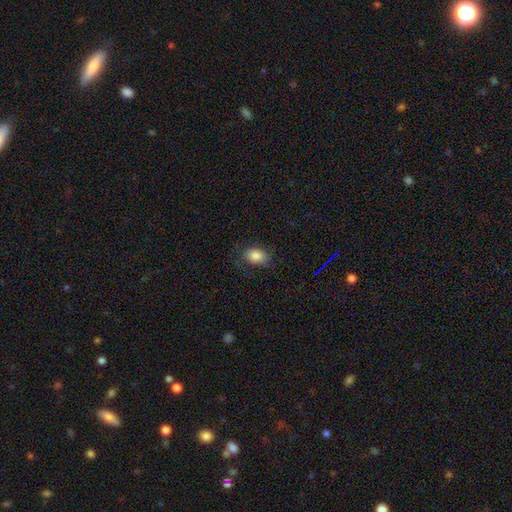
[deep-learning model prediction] Smooth or featured? smooth (82%)
How rounded? in between (78%)
Merging? none (73%)